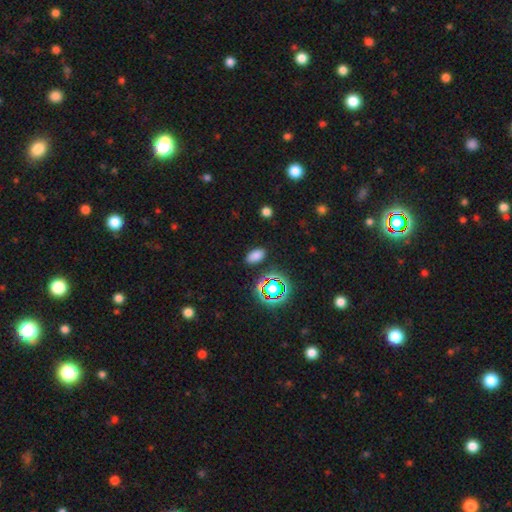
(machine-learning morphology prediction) smooth-or-featured: smooth: 75% | star or artifact: 20% | featured or disk: 5%
  how-rounded: in between: 89% | round: 8% | cigar-shaped: 3%
  merging: none: 86% | minor disturbance: 9% | major disturbance: 3% | merger: 2%